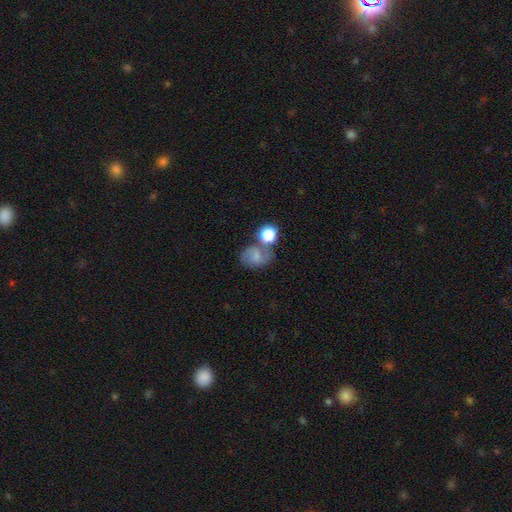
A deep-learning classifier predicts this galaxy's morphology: type=smooth (46%); merging=none (44%).